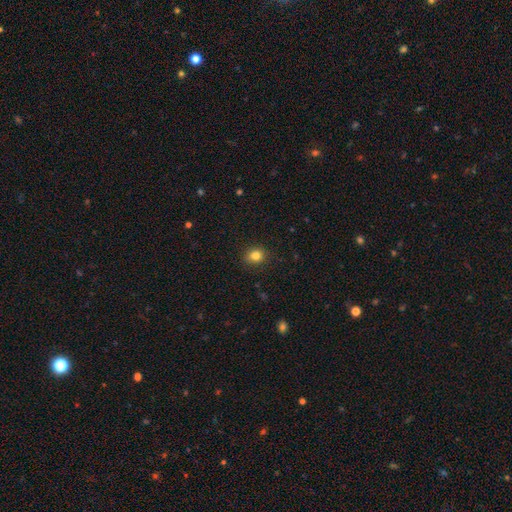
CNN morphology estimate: smooth_or_featured: smooth (p=0.82) [alt: star or artifact p=0.12]
how_rounded: round (p=0.64) [alt: in between p=0.35]
merging: none (p=0.86) [alt: minor disturbance p=0.11]